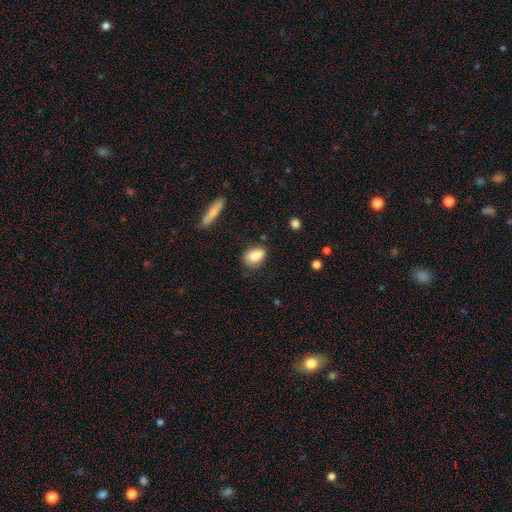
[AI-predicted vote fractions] Smooth or featured?
  - smooth: 86% *
  - star or artifact: 8%
  - featured or disk: 7%
How rounded?
  - in between: 82% *
  - round: 16%
  - cigar-shaped: 2%
Merging?
  - none: 74% *
  - minor disturbance: 20%
  - major disturbance: 4%
  - merger: 3%